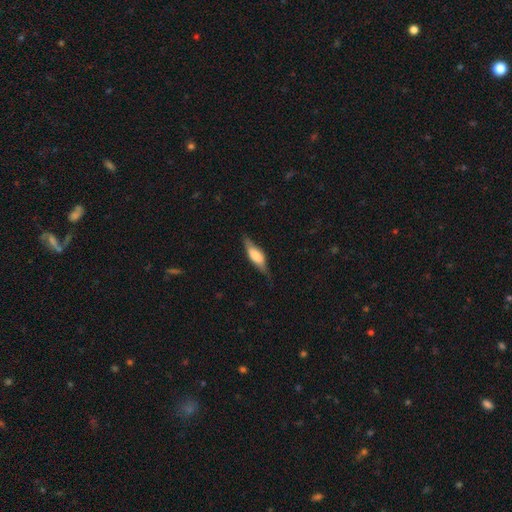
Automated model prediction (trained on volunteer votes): Smooth or featured? smooth (48%)
Merging? none (72%)